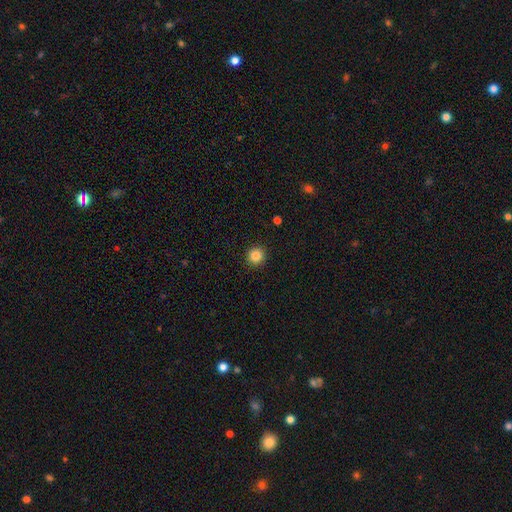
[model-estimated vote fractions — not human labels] This is clearly a smooth galaxy (86%). How rounded: clearly round (94%). Merging: clearly none (92%).